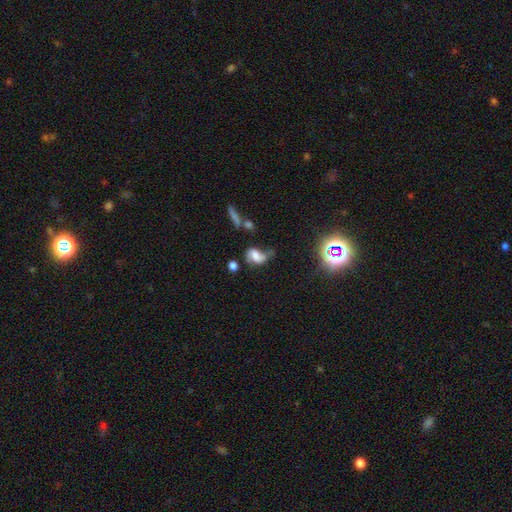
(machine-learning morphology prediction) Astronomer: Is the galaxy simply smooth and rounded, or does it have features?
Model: featured or disk — 49% (runner-up: smooth, 37%).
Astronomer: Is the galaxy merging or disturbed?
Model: none — 38% (runner-up: minor disturbance, 25%).